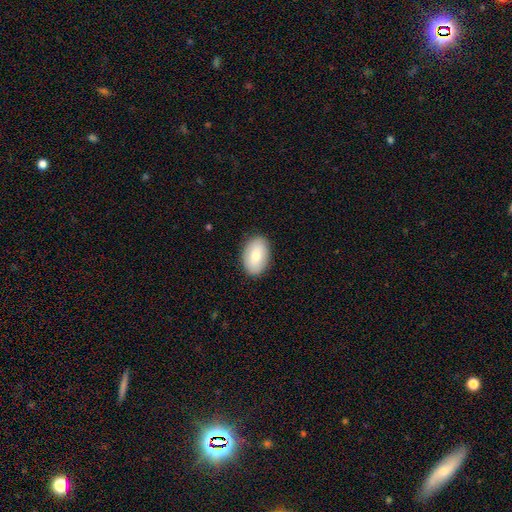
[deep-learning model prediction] Smooth or featured: smooth — 76% (featured or disk — 18%)
How rounded: in between — 90% (round — 9%)
Merging: none — 87% (minor disturbance — 9%)